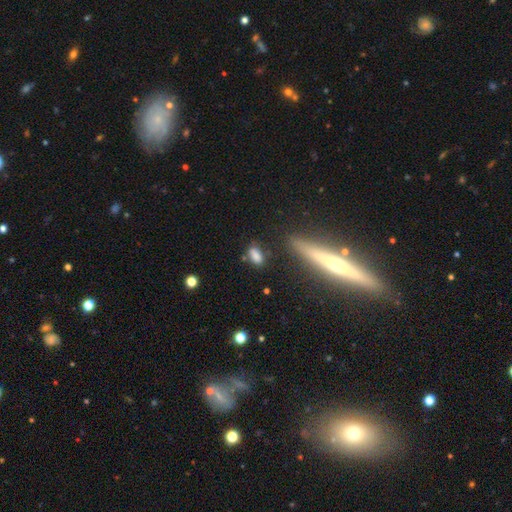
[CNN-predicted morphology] A smooth galaxy with no disk features (82%) that is in between round and cigar-shaped (85%).

Vote fractions:
- Smooth or featured? smooth: 82% / star or artifact: 10% / featured or disk: 8%
- How rounded? in between: 85% / cigar-shaped: 10% / round: 6%
- Merging? none: 71% / minor disturbance: 17% / merger: 6% / major disturbance: 5%